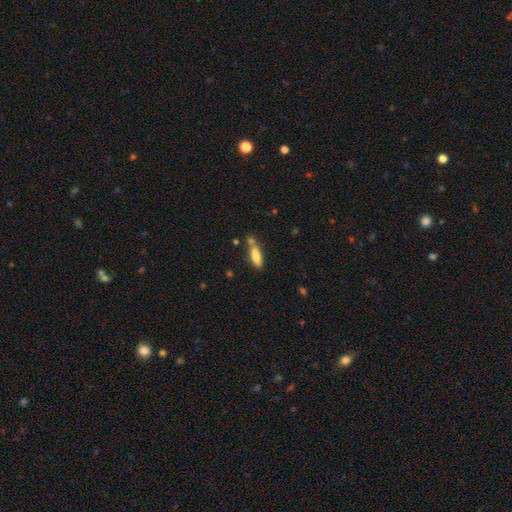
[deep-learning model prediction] smooth_or_featured: smooth (p=0.77) [alt: featured or disk p=0.16]
how_rounded: cigar-shaped (p=0.53) [alt: in between p=0.45]
merging: none (p=0.62) [alt: minor disturbance p=0.18]